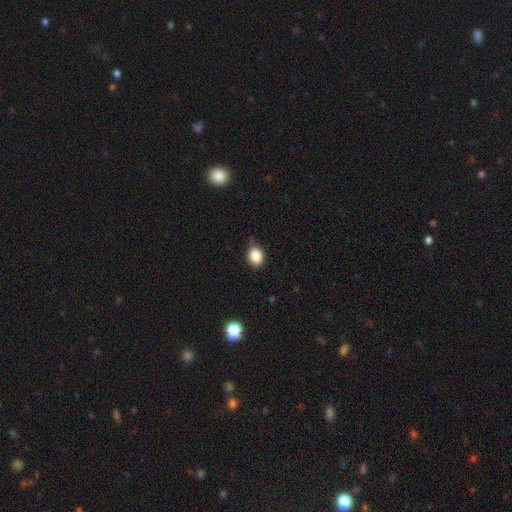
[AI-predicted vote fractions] smooth 85%, star or artifact 9%, featured or disk 5%. Down the decision tree: how rounded — in between (63%); merging — none (59%).